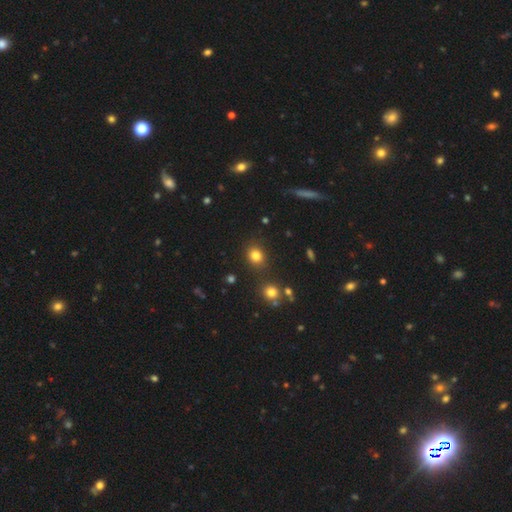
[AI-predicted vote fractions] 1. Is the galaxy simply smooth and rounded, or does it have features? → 81% smooth, 14% star or artifact, 6% featured or disk.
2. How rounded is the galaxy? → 72% round, 27% in between, 1% cigar-shaped.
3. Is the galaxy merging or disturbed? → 81% none, 10% minor disturbance, 6% merger, 3% major disturbance.